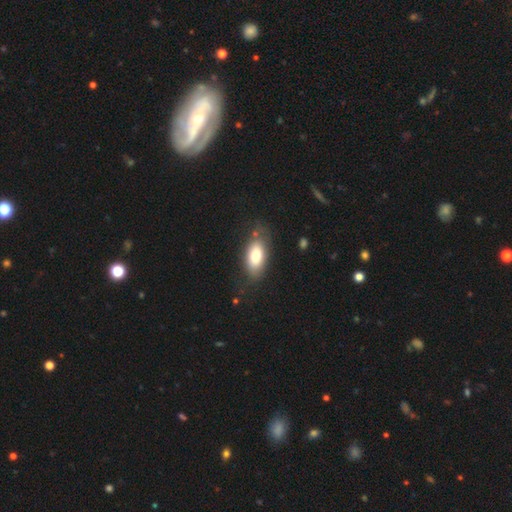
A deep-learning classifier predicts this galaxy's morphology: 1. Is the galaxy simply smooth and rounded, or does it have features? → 79% smooth, 14% featured or disk, 7% star or artifact.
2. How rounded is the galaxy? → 90% in between, 6% cigar-shaped, 3% round.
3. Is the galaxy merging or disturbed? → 71% none, 19% minor disturbance, 7% major disturbance, 3% merger.